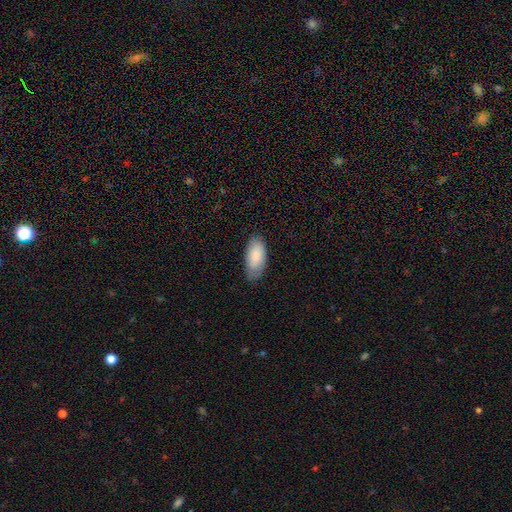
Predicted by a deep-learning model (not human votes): Morphology: type=smooth (85%); roundness=in between (92%); merging=none (75%).